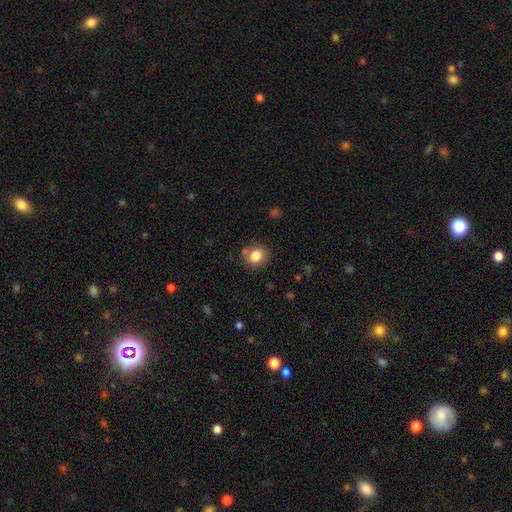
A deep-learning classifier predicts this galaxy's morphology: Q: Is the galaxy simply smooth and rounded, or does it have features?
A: smooth — 83%.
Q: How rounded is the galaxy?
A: round — 75%.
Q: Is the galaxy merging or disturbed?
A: none — 76%.